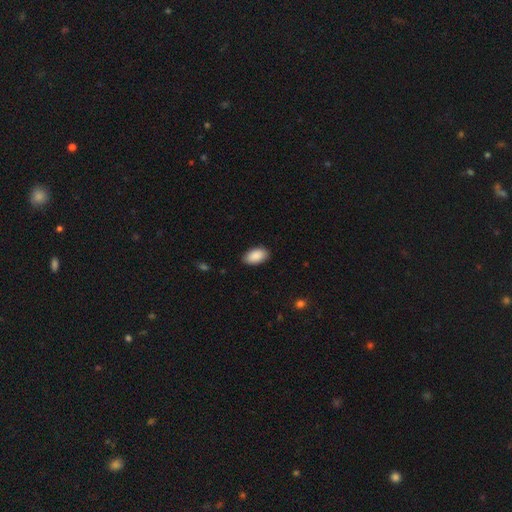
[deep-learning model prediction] Smooth or featured: smooth — 90% (star or artifact — 6%)
How rounded: in between — 95% (round — 3%)
Merging: none — 87% (minor disturbance — 10%)